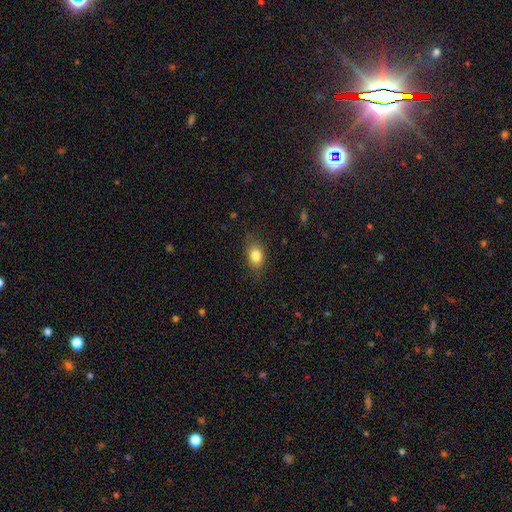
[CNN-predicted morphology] smooth 82%, star or artifact 10%, featured or disk 8%. Down the decision tree: how rounded — in between (72%); merging — none (83%).